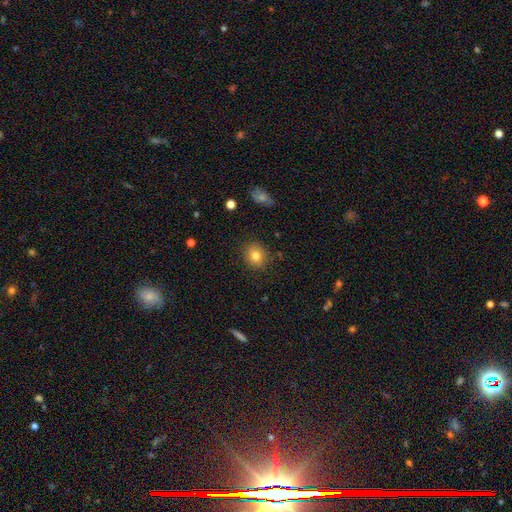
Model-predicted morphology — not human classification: A smooth galaxy with no disk features (80%) that is round (78%). Merging: none (87%).